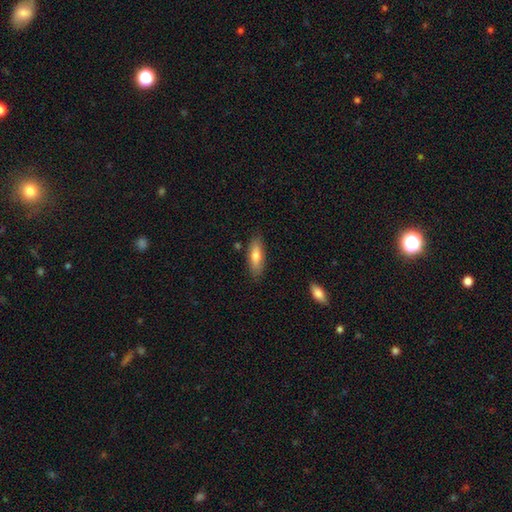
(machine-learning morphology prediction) Smooth or featured? Predicted: smooth (p=0.71). How rounded? Predicted: in between (p=0.57). Merging? Predicted: none (p=0.83).